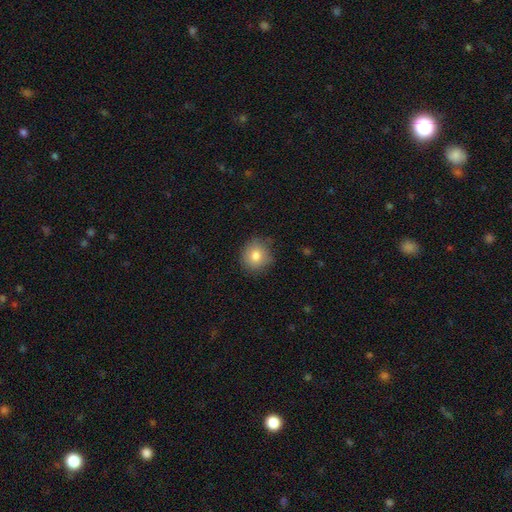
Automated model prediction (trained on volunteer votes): Overall: smooth (81%). How rounded: round (88%). Merging: none (80%).